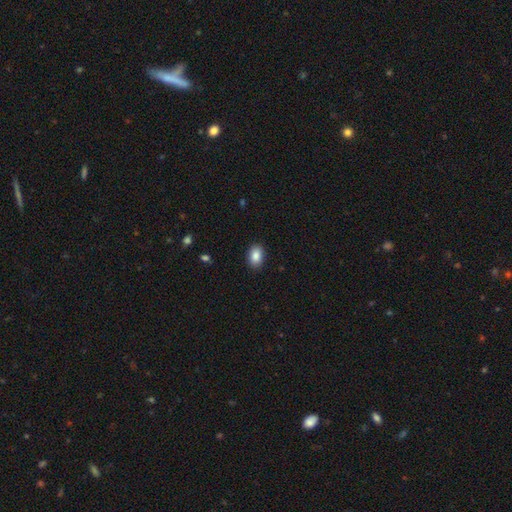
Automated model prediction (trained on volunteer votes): Smooth or featured? Predicted: smooth (p=0.87). How rounded? Predicted: in between (p=0.84). Merging? Predicted: none (p=0.90).